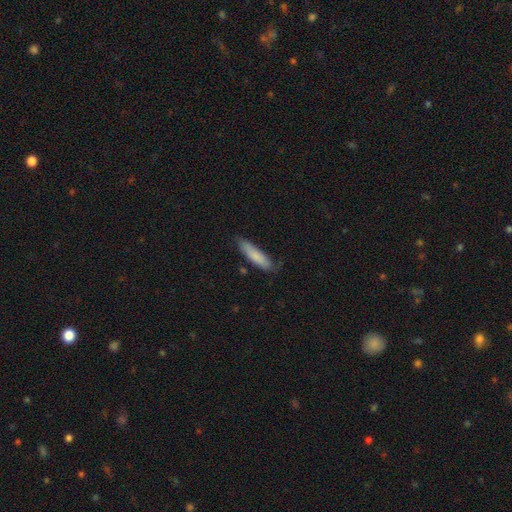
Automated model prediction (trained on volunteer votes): A smooth galaxy with no disk features (81%) that is cigar-shaped (74%). Merging: none (73%).